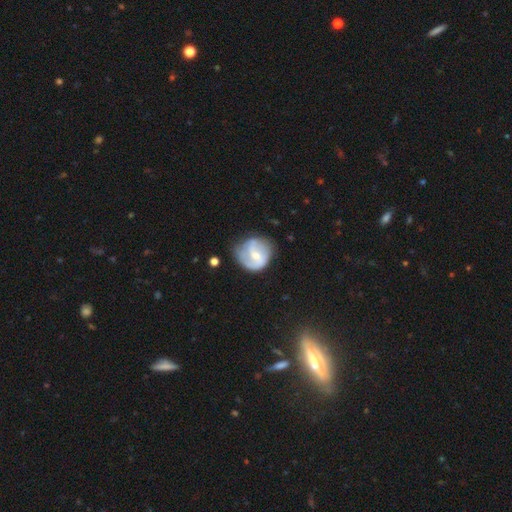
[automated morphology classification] smooth_or_featured: featured or disk (p=0.69) [alt: smooth p=0.25]
disk_edge_on: no (p=0.98) [alt: yes p=0.02]
bar: weak (p=0.50) [alt: no p=0.33]
has_spiral_arms: yes (p=0.86) [alt: no p=0.14]
spiral_winding: medium (p=0.43) [alt: loose p=0.31]
spiral_arm_count: 2 (p=0.69) [alt: can't tell p=0.14]
bulge_size: small (p=0.52) [alt: moderate p=0.42]
merging: none (p=0.62) [alt: minor disturbance p=0.25]